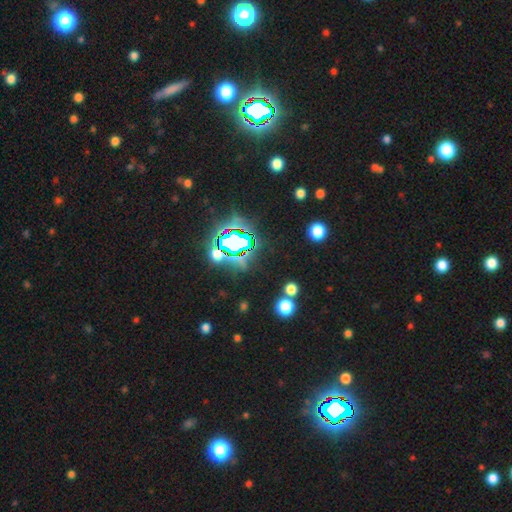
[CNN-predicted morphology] Smooth or featured?
  - star or artifact: 83% *
  - smooth: 10%
  - featured or disk: 7%